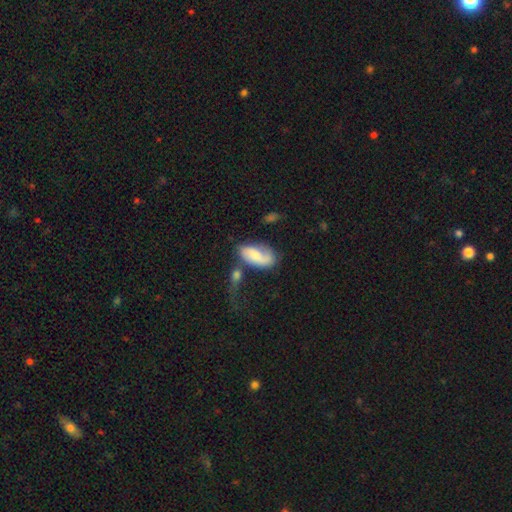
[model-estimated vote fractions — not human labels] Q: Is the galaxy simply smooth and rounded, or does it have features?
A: smooth — 55%.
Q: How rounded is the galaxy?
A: in between — 91%.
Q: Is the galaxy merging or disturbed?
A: none — 37%.